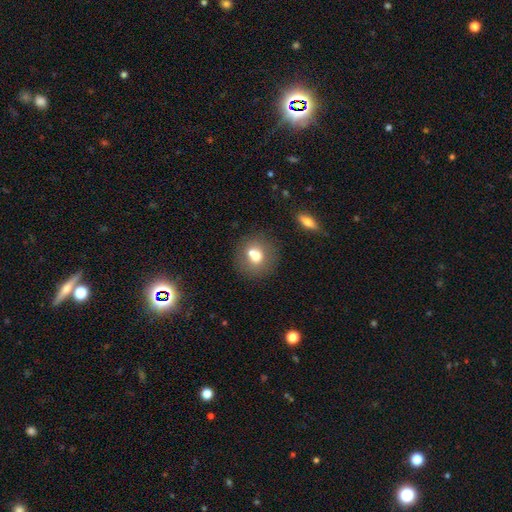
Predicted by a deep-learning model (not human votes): smooth-or-featured: smooth: 66% | featured or disk: 23% | star or artifact: 10%
  how-rounded: round: 82% | in between: 17% | cigar-shaped: 1%
  merging: none: 50% | merger: 36% | minor disturbance: 10% | major disturbance: 4%